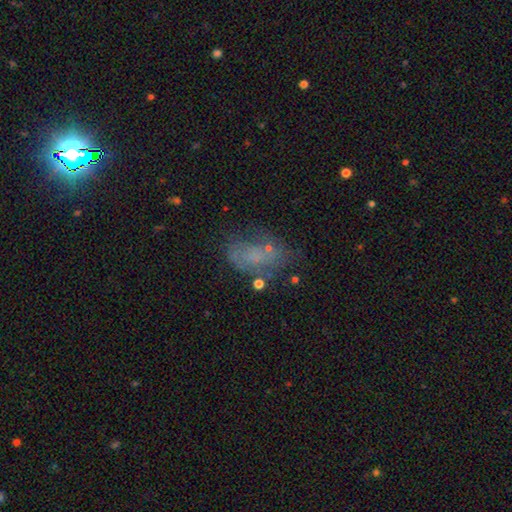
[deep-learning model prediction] Overall: smooth (50%; featured or disk 30%). How rounded: in between (86%). Merging: none (43%; minor disturbance 24%).